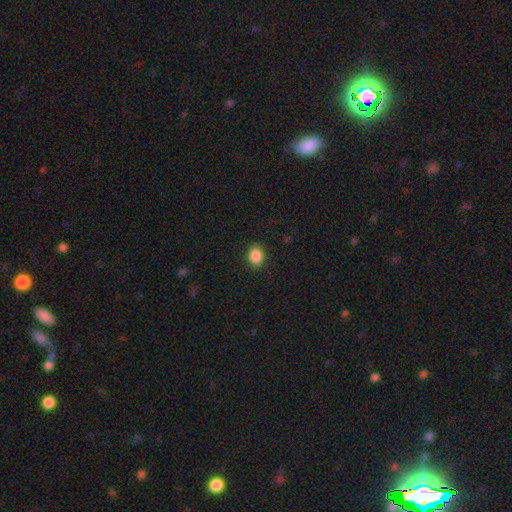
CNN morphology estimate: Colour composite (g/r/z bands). It shows a smooth galaxy with no disk features (88%) that is in between round and cigar-shaped (57%). Merging: none (89%).